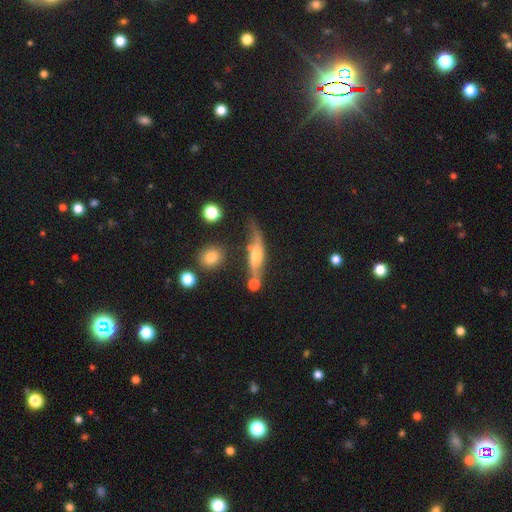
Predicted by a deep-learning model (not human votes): The model was most divided on "edge-on disk": yes: 61%, no: 39%. More confident: smooth or featured — featured or disk (59%); merging — none (50%).